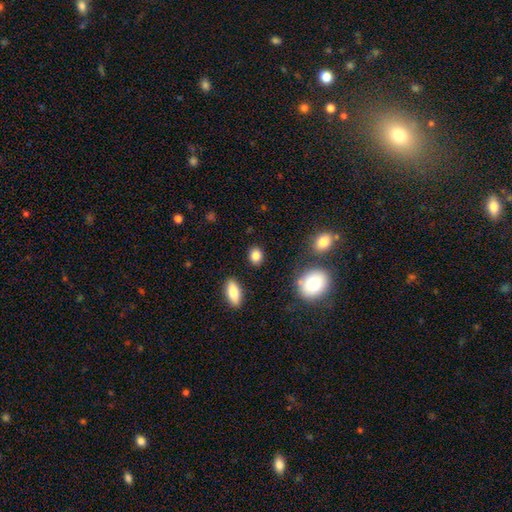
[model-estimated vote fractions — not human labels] The model was most divided on "how rounded": in between: 50%, round: 48%, cigar-shaped: 2%. More confident: merging — none (86%); smooth or featured — smooth (85%).